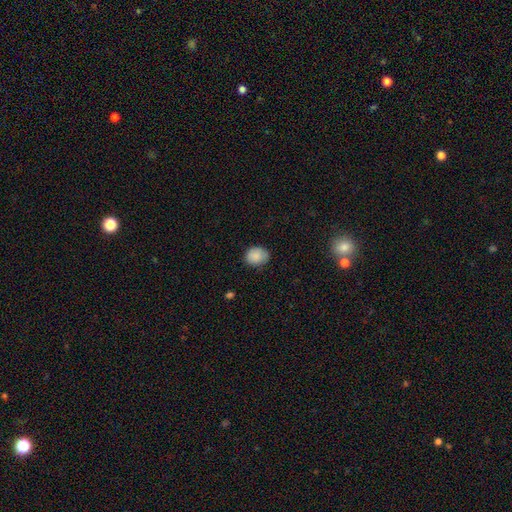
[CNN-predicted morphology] smooth_or_featured: smooth (p=0.87) [alt: star or artifact p=0.08]
how_rounded: round (p=0.61) [alt: in between p=0.38]
merging: none (p=0.76) [alt: minor disturbance p=0.20]